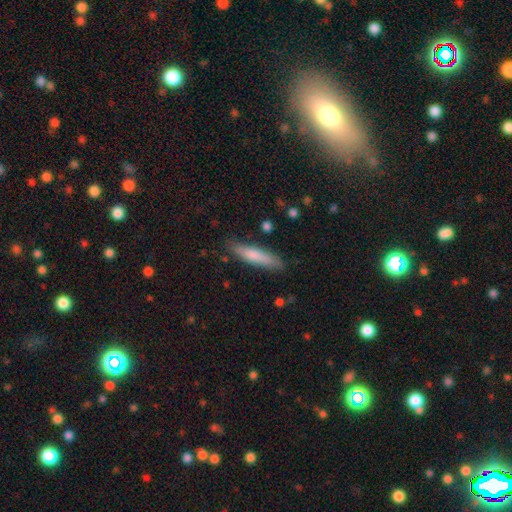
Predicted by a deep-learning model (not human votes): smooth_or_featured: smooth (p=0.75) [alt: featured or disk p=0.19]
how_rounded: cigar-shaped (p=0.83) [alt: in between p=0.16]
merging: none (p=0.83) [alt: minor disturbance p=0.12]